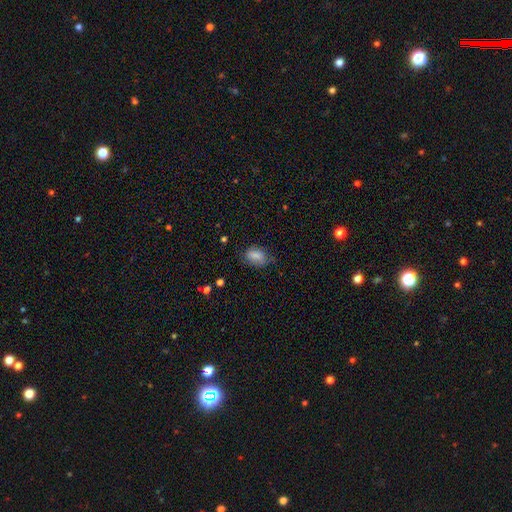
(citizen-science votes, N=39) Overall: smooth (95%). How rounded: in between (86%). Merging: none (72%).